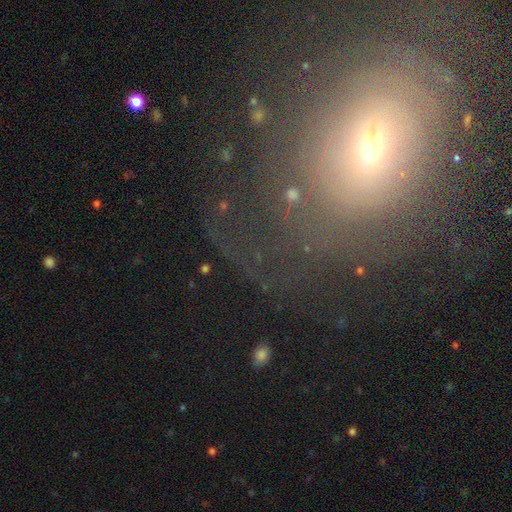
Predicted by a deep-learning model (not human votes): Q: Smooth or featured?
A: featured or disk (38%); runner-up: star or artifact (32%)
Q: Merging?
A: none (56%); runner-up: major disturbance (25%)